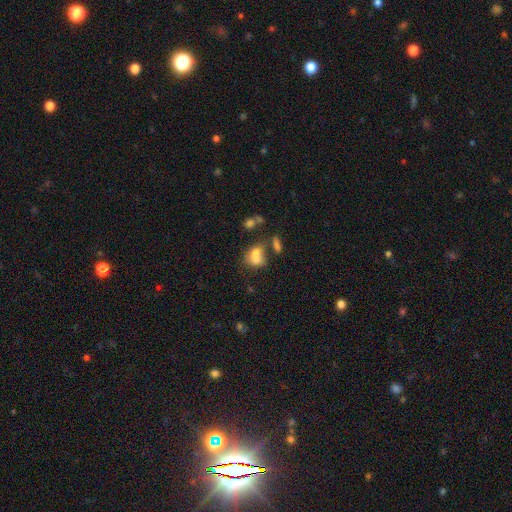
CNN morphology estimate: Smooth or featured?
  - smooth: 70% *
  - featured or disk: 18%
  - star or artifact: 12%
How rounded?
  - in between: 62% *
  - round: 36%
  - cigar-shaped: 2%
Merging?
  - merger: 52% *
  - none: 28%
  - minor disturbance: 11%
  - major disturbance: 8%